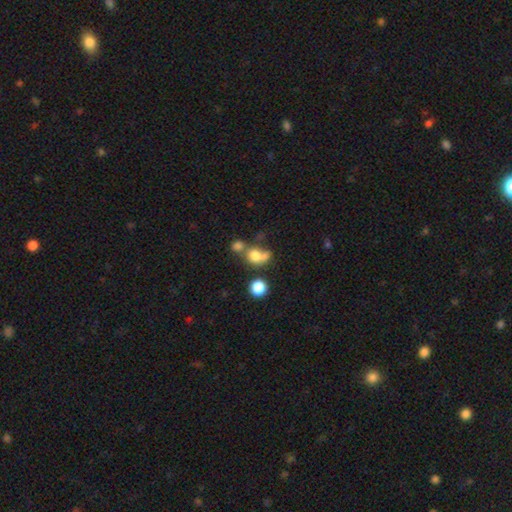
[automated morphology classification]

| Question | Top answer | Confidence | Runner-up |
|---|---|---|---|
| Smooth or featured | smooth | 72% | featured or disk (15%) |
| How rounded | round | 65% | in between (34%) |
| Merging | merger | 46% | none (30%) |